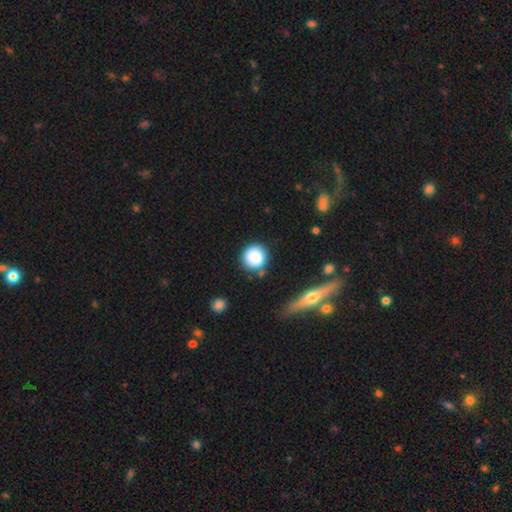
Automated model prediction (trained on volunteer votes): Smooth or featured: smooth — 85% (star or artifact — 8%)
How rounded: round — 94% (in between — 5%)
Merging: none — 82% (minor disturbance — 10%)